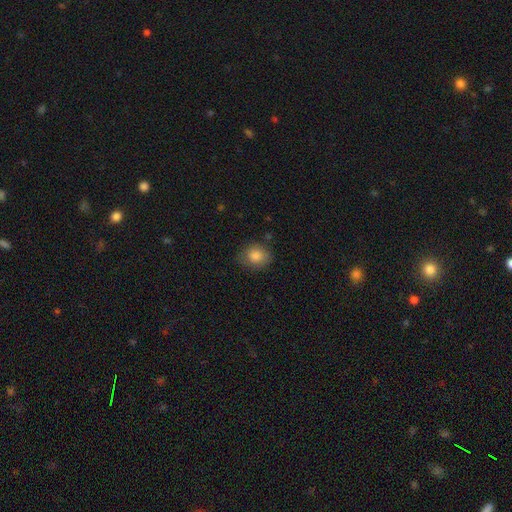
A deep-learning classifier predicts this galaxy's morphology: Smooth or featured: smooth — 84% (star or artifact — 9%)
How rounded: round — 62% (in between — 37%)
Merging: none — 76% (minor disturbance — 17%)